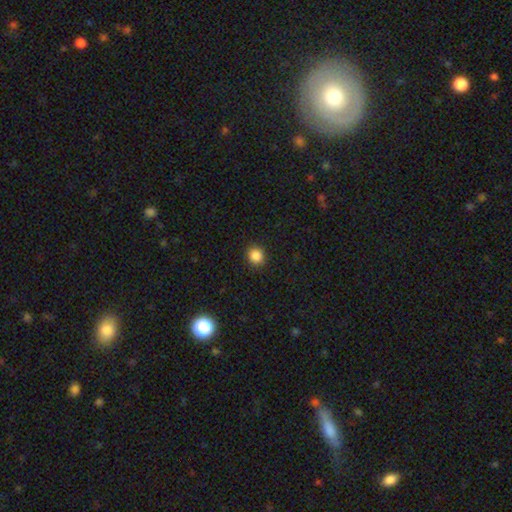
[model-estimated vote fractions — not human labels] smooth_or_featured: smooth (p=0.86) [alt: star or artifact p=0.11]
how_rounded: round (p=0.82) [alt: in between p=0.17]
merging: none (p=0.90) [alt: minor disturbance p=0.07]